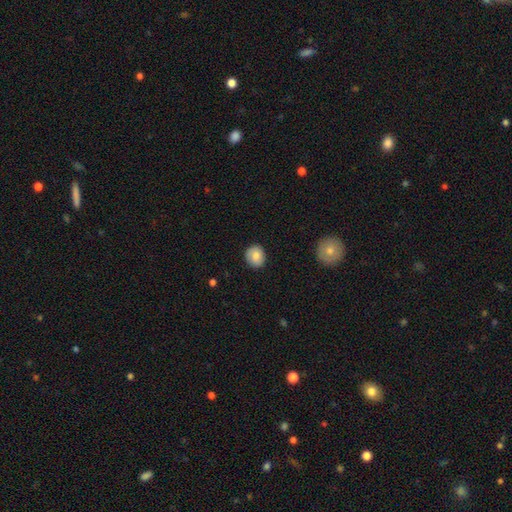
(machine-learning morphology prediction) This is clearly a smooth galaxy (80%). How rounded: clearly round (82%). Merging: clearly none (88%).